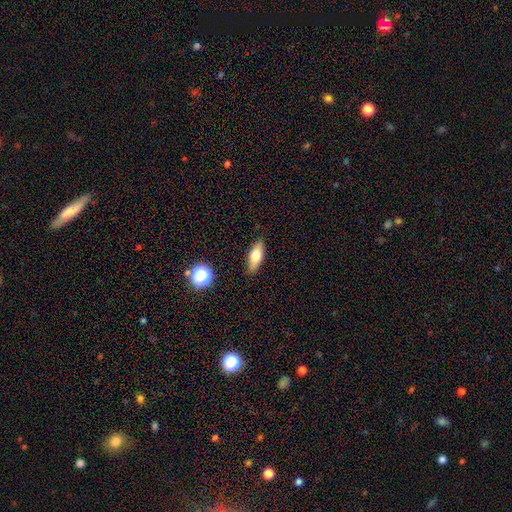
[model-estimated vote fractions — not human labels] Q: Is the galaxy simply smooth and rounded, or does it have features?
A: smooth — 67%.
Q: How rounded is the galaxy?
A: in between — 68%.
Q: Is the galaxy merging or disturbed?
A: none — 87%.